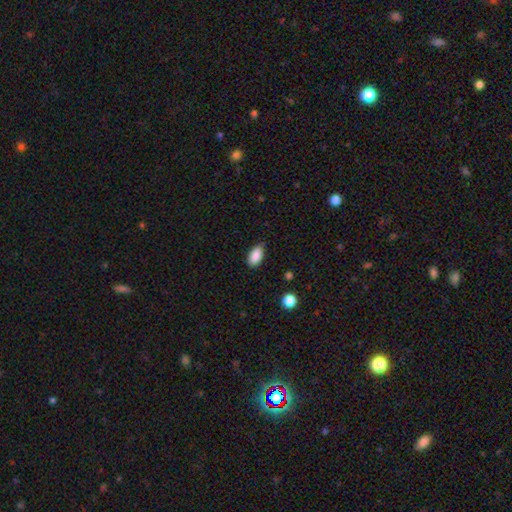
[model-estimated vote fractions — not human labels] The model was most divided on "merging": none: 78%, minor disturbance: 18%, major disturbance: 3%, merger: 1%. More confident: how rounded — in between (93%); smooth or featured — smooth (88%).